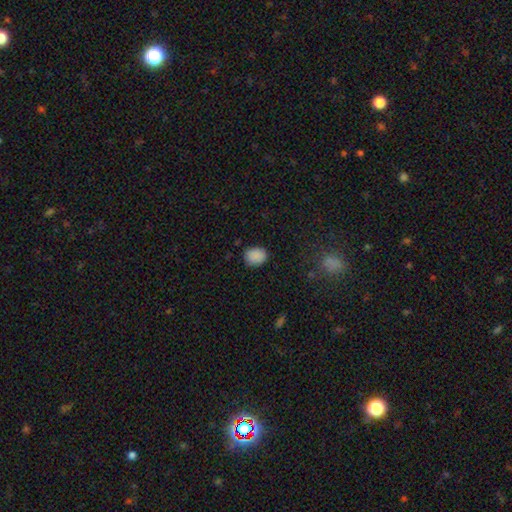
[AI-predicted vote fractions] Q: Smooth or featured?
A: smooth (88%); runner-up: star or artifact (9%)
Q: How rounded?
A: round (51%); runner-up: in between (48%)
Q: Merging?
A: none (83%); runner-up: minor disturbance (13%)